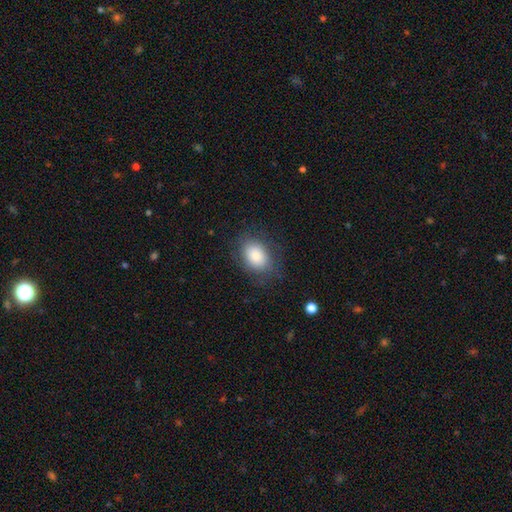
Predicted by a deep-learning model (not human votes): smooth 84%, featured or disk 8%, star or artifact 8%. Down the decision tree: how rounded — in between (75%); merging — none (78%).